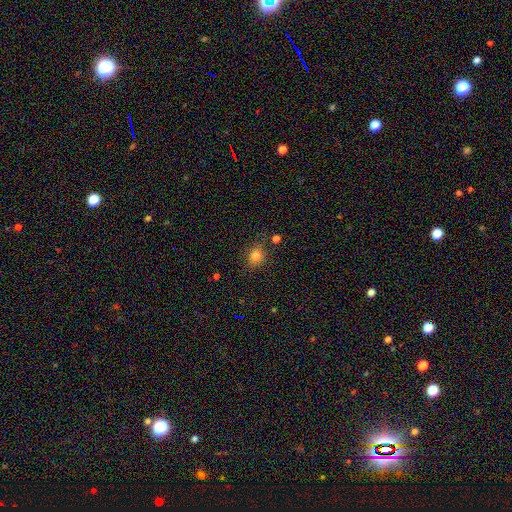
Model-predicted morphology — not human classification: This appears to be a smooth galaxy with no disk features (76%) that is in between round and cigar-shaped (52%). Merging: none (74%).